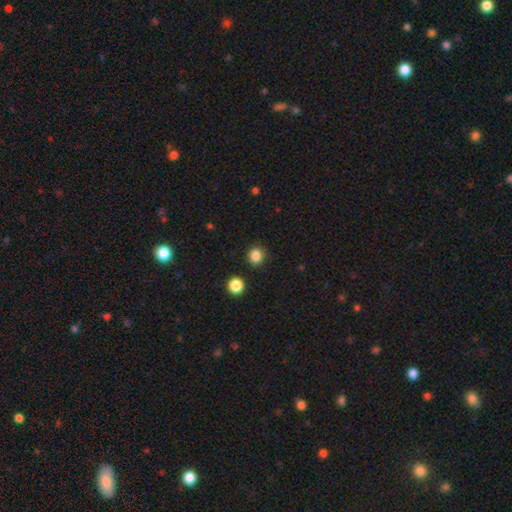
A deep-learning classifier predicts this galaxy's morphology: Q: Smooth or featured?
A: smooth (85%); runner-up: star or artifact (12%)
Q: How rounded?
A: round (84%); runner-up: in between (15%)
Q: Merging?
A: none (87%); runner-up: minor disturbance (8%)